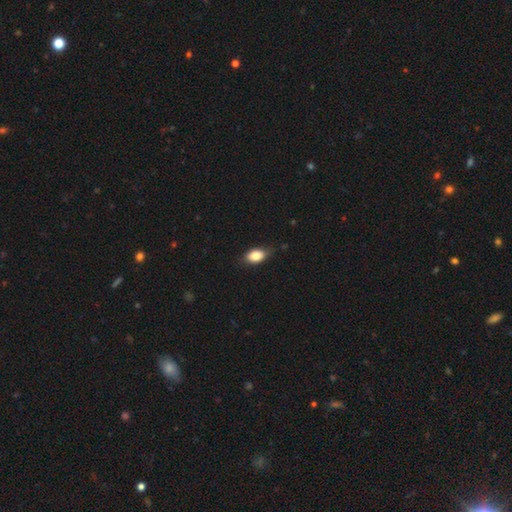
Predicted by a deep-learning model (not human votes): Smooth or featured: smooth — 83% (featured or disk — 9%)
How rounded: in between — 86% (round — 11%)
Merging: none — 76% (minor disturbance — 19%)